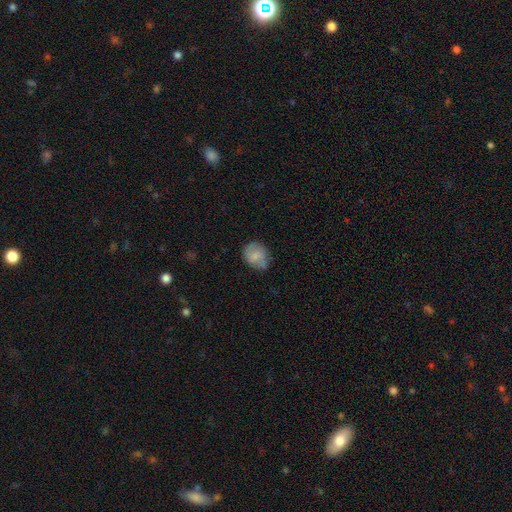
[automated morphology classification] This is likely a smooth galaxy (61%). How rounded: likely round (64%). Merging: likely none (64%).